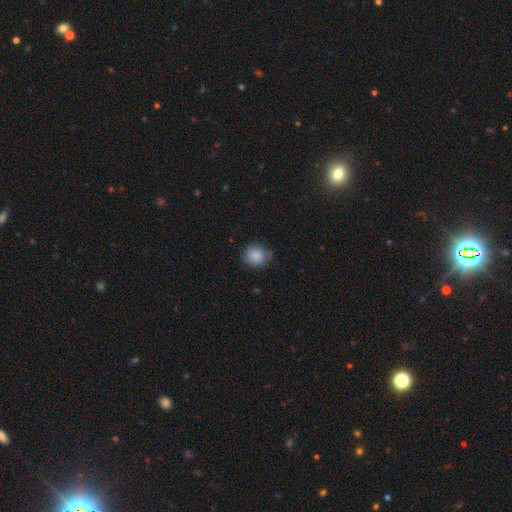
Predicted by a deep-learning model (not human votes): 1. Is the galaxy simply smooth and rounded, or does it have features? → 86% smooth, 8% star or artifact, 6% featured or disk.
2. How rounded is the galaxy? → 82% round, 17% in between, 1% cigar-shaped.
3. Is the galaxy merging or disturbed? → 70% none, 24% minor disturbance, 5% major disturbance, 2% merger.